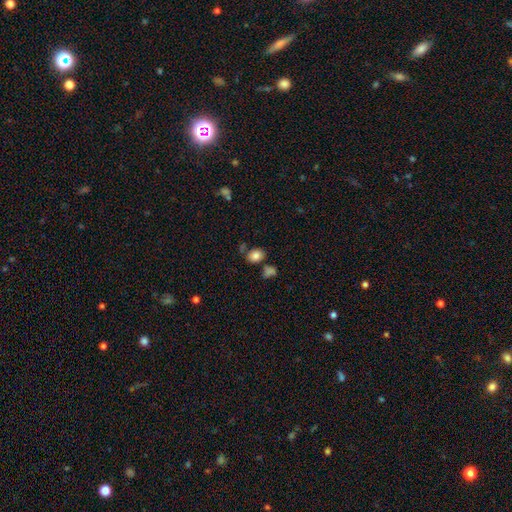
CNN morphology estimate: Smooth or featured: smooth — 83% (star or artifact — 10%)
How rounded: in between — 58% (round — 41%)
Merging: none — 70% (merger — 13%)